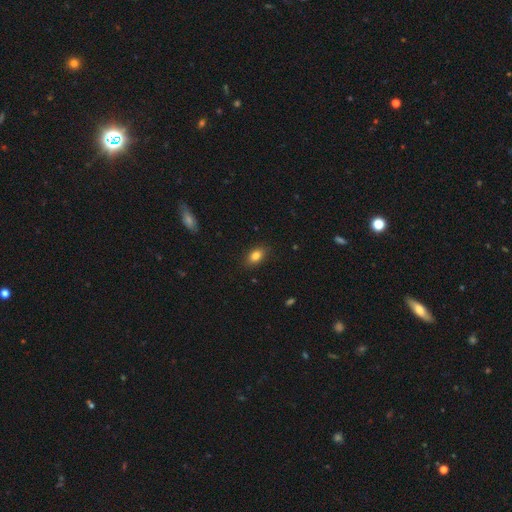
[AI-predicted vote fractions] Smooth or featured? Predicted: smooth (p=0.83). How rounded? Predicted: in between (p=0.84). Merging? Predicted: none (p=0.86).